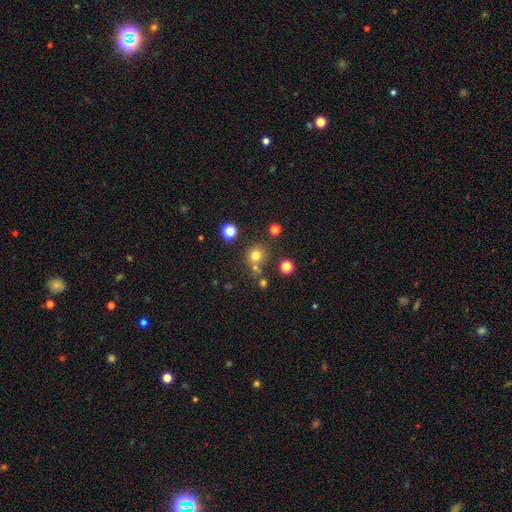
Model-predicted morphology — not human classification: This appears to be a smooth galaxy with no disk features (74%) that is round (90%). Merging: none (74%).